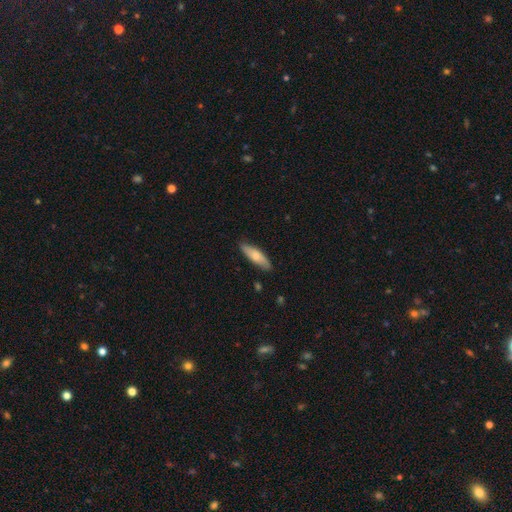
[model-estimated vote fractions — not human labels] Q: Smooth or featured?
A: smooth (68%); runner-up: featured or disk (27%)
Q: How rounded?
A: cigar-shaped (53%); runner-up: in between (45%)
Q: Merging?
A: none (86%); runner-up: minor disturbance (11%)